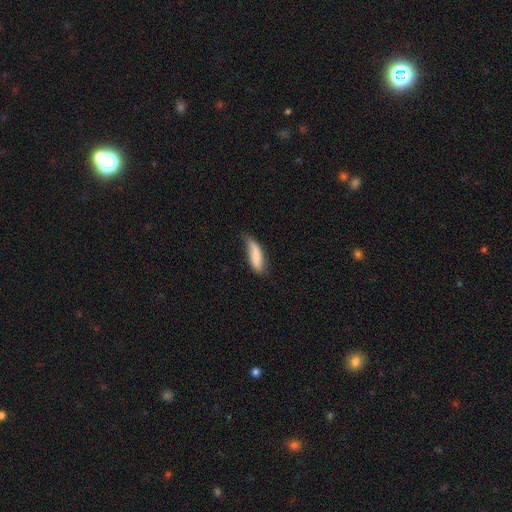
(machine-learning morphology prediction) A smooth galaxy with no disk features (80%) that is cigar-shaped (51%). Merging: none (44%).